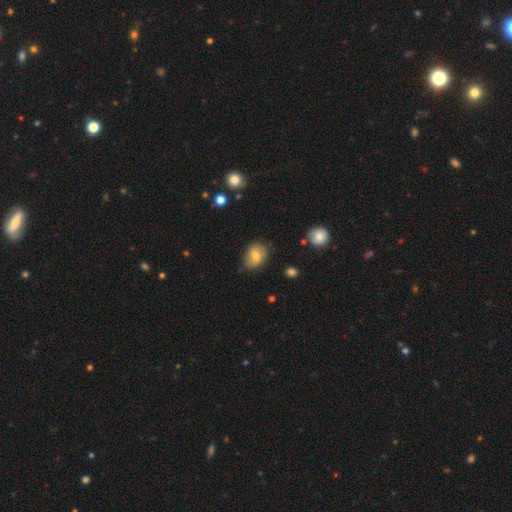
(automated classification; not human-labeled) Smooth or featured? smooth (64%)
How rounded? in between (57%)
Merging? none (72%)